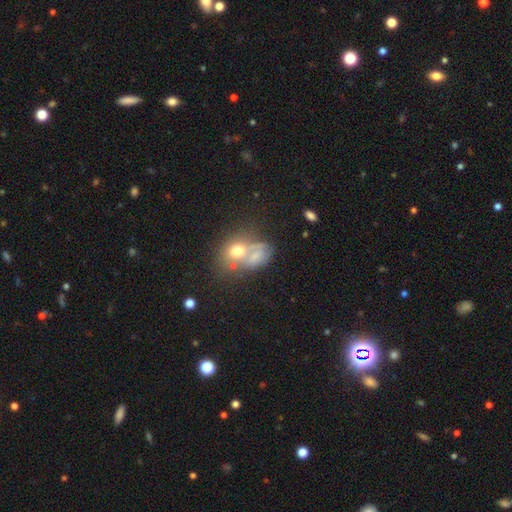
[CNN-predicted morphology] Smooth or featured: smooth — 59% (featured or disk — 27%)
How rounded: in between — 65% (round — 33%)
Merging: merger — 50% (none — 25%)